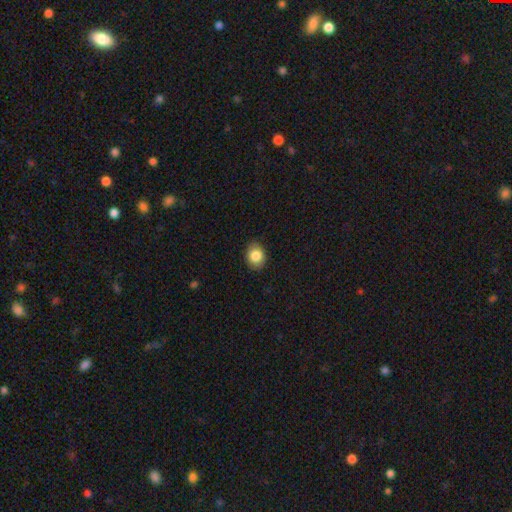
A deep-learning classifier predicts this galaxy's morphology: smooth 85%, star or artifact 9%, featured or disk 6%. Down the decision tree: how rounded — round (51%); merging — none (85%).